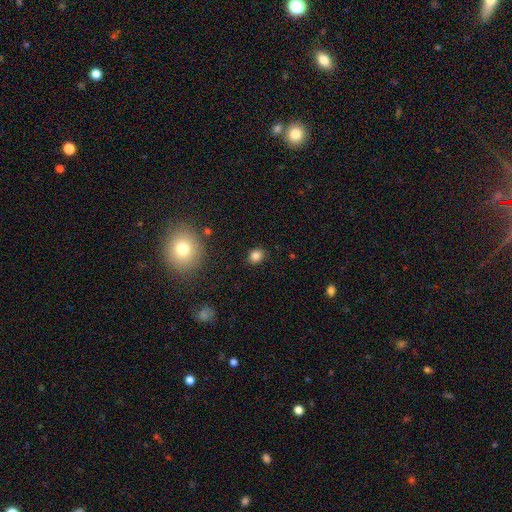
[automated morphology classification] A smooth galaxy with no disk features (82%) that is round (62%). Merging: none (86%).